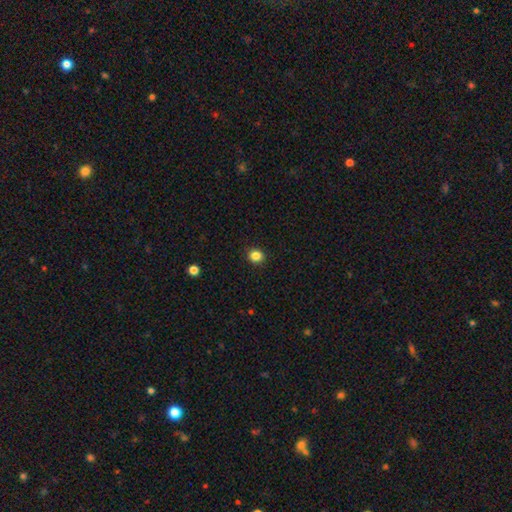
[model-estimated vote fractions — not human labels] Morphology: type=smooth (85%); roundness=round (81%); merging=none (91%).